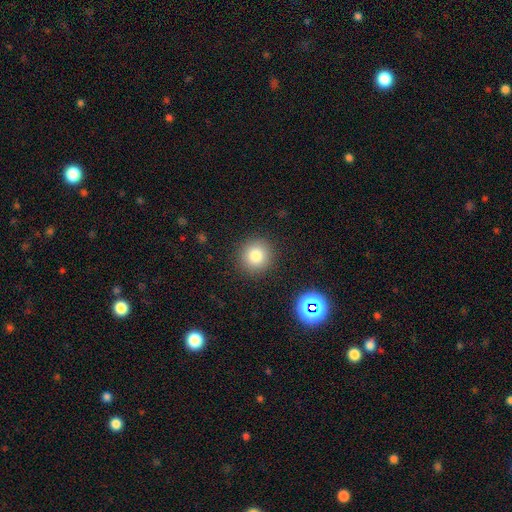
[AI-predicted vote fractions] smooth 81%, star or artifact 12%, featured or disk 7%. Down the decision tree: how rounded — round (93%); merging — none (90%).